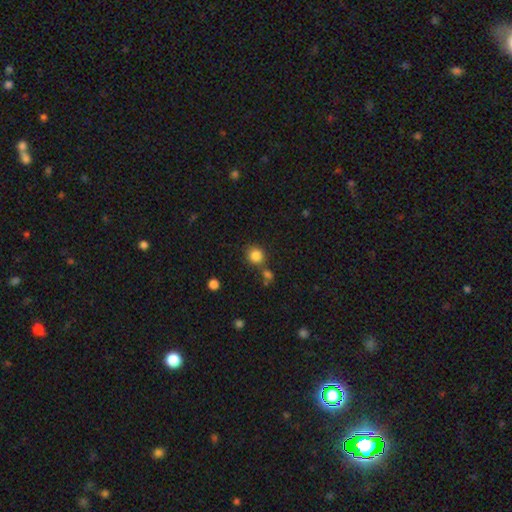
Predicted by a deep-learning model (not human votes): Morphology: type=smooth (84%); roundness=round (88%); merging=none (72%).